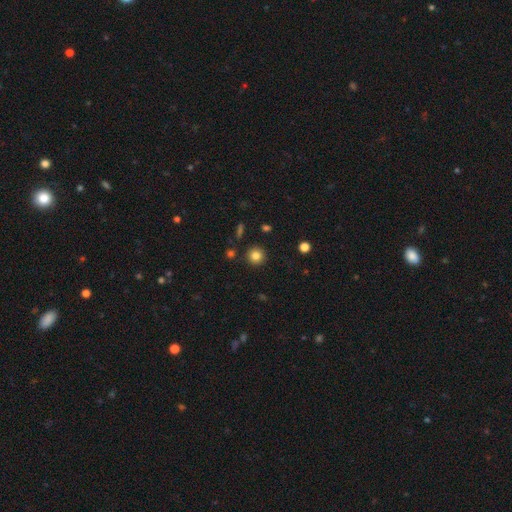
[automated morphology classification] Overall: smooth (83%). How rounded: round (94%). Merging: none (90%).